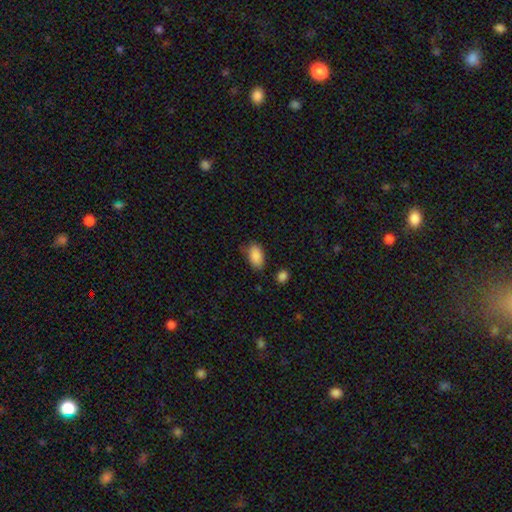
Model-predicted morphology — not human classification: type=smooth (88%); roundness=in between (92%); merging=none (70%).